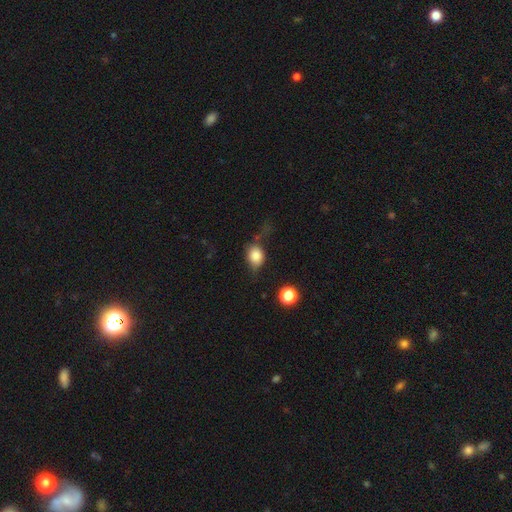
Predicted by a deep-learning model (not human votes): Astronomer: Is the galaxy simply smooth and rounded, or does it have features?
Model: smooth — 77%.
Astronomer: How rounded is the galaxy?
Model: round — 49%, tied with in between at 49%.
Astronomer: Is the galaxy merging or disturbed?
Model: none — 44% (runner-up: minor disturbance, 31%).